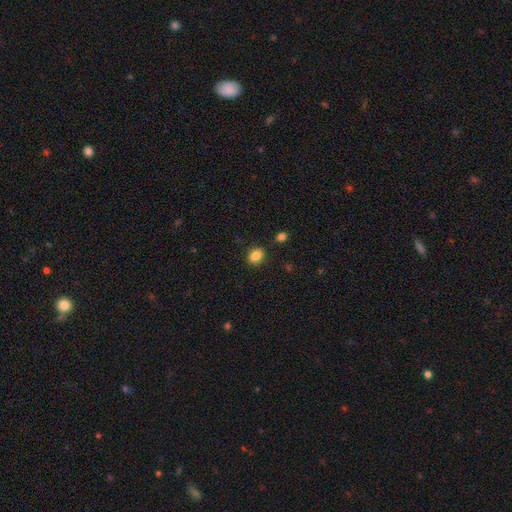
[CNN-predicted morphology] Q: Smooth or featured?
A: smooth (85%); runner-up: star or artifact (10%)
Q: How rounded?
A: round (50%); runner-up: in between (49%)
Q: Merging?
A: none (86%); runner-up: minor disturbance (9%)